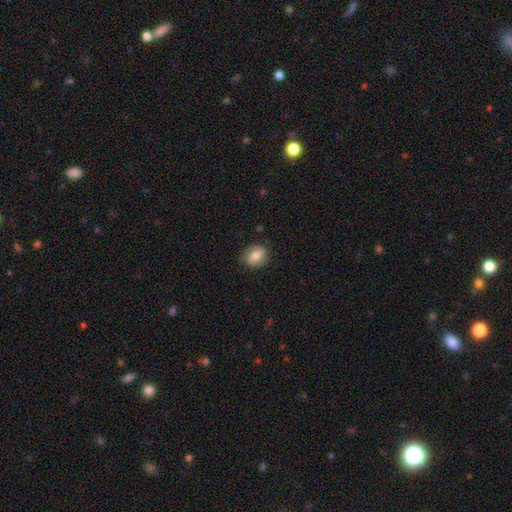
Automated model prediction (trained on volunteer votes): Smooth or featured? Predicted: smooth (p=0.72). How rounded? Predicted: round (p=0.51). Merging? Predicted: none (p=0.82).